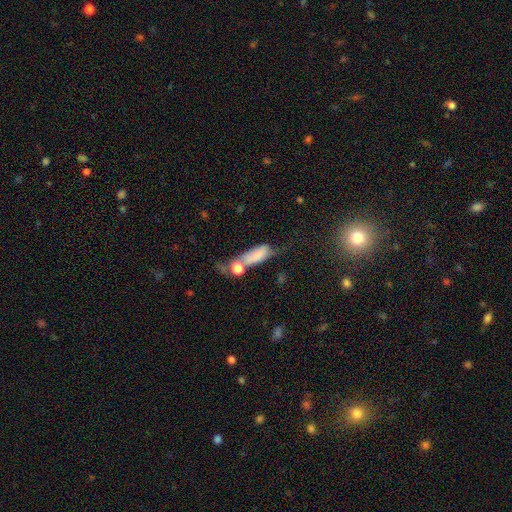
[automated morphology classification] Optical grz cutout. It shows a smooth galaxy with no disk features (72%) that is in between round and cigar-shaped (66%). Merging: merger (39%).